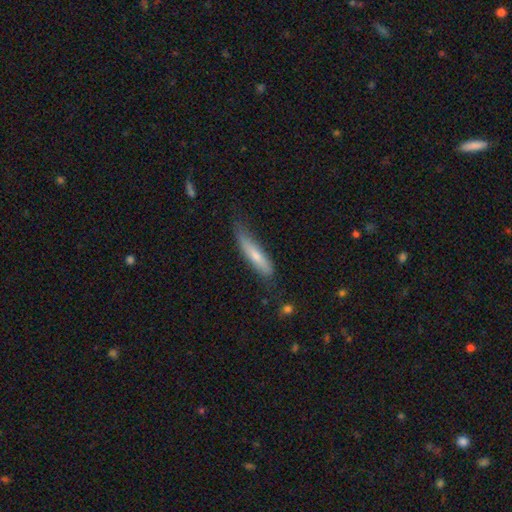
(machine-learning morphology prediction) Smooth or featured?
  - smooth: 64% *
  - featured or disk: 30%
  - star or artifact: 6%
How rounded?
  - cigar-shaped: 84% *
  - in between: 14%
  - round: 2%
Merging?
  - none: 57% *
  - minor disturbance: 32%
  - major disturbance: 9%
  - merger: 2%